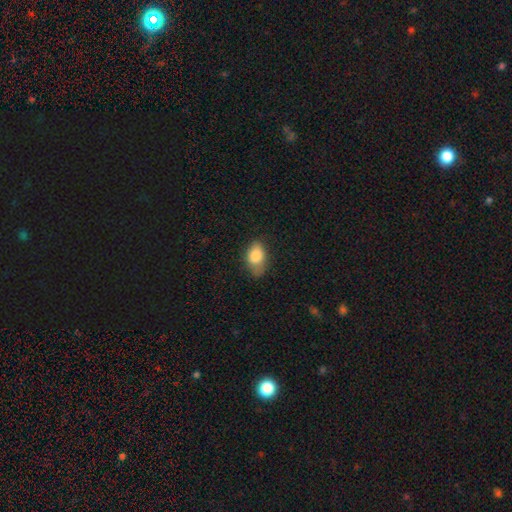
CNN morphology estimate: Smooth or featured?
  - smooth: 83% *
  - featured or disk: 10%
  - star or artifact: 8%
How rounded?
  - in between: 85% *
  - round: 13%
  - cigar-shaped: 2%
Merging?
  - none: 59% *
  - minor disturbance: 31%
  - major disturbance: 8%
  - merger: 2%